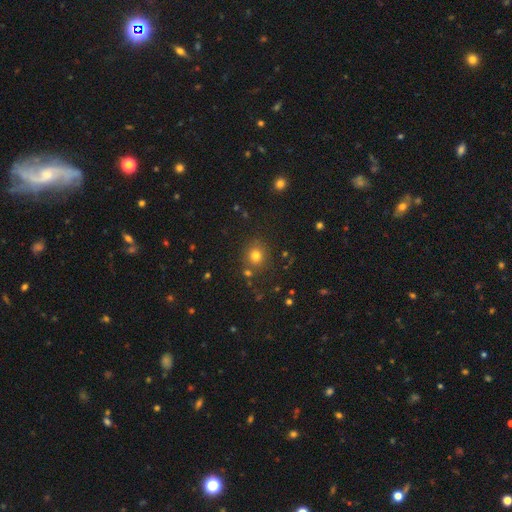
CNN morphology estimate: The model was most divided on "smooth or featured": smooth: 76%, star or artifact: 17%, featured or disk: 7%. More confident: how rounded — round (85%); merging — none (81%).